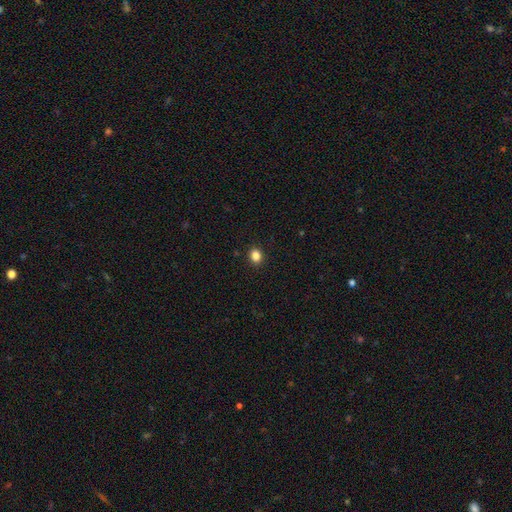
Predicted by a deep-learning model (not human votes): Morphology: type=smooth (85%); roundness=round (67%); merging=none (91%).